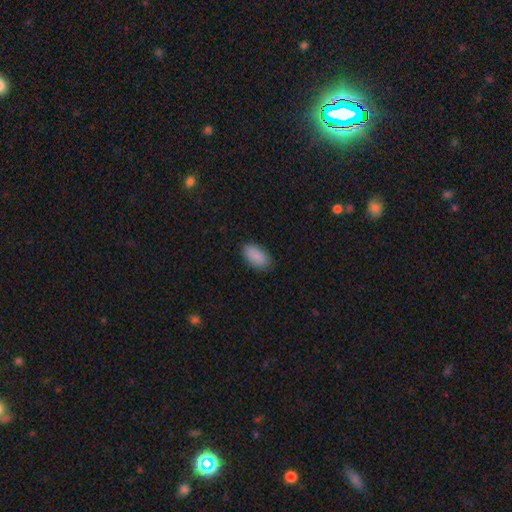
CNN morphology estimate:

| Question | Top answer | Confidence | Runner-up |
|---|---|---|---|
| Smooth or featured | smooth | 89% | star or artifact (7%) |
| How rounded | in between | 94% | round (3%) |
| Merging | none | 85% | minor disturbance (12%) |